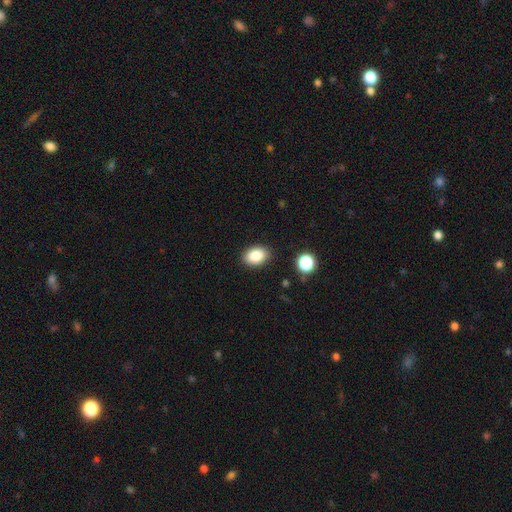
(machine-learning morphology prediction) smooth 85%, star or artifact 9%, featured or disk 5%. Down the decision tree: how rounded — in between (80%); merging — none (87%).